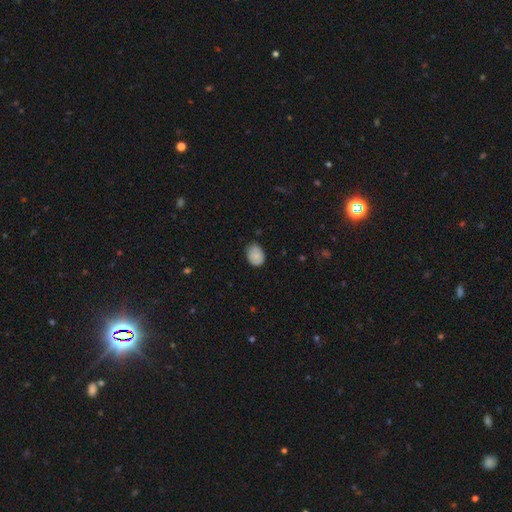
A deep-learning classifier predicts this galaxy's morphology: Smooth or featured: smooth — 79% (featured or disk — 13%)
How rounded: in between — 68% (round — 31%)
Merging: none — 71% (minor disturbance — 24%)